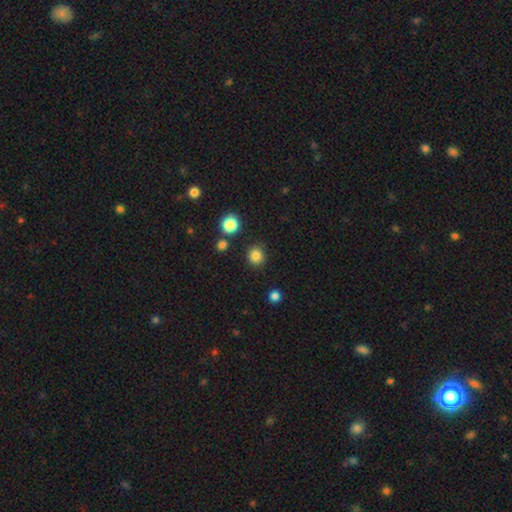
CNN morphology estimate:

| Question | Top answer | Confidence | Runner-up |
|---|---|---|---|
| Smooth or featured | smooth | 84% | star or artifact (12%) |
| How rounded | round | 92% | in between (7%) |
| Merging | none | 88% | minor disturbance (7%) |